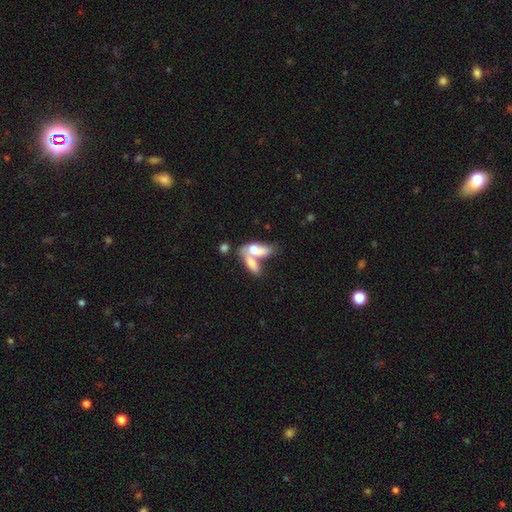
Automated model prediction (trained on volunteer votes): smooth 60%, featured or disk 32%, star or artifact 8%. Down the decision tree: how rounded — in between (75%); merging — merger (68%).